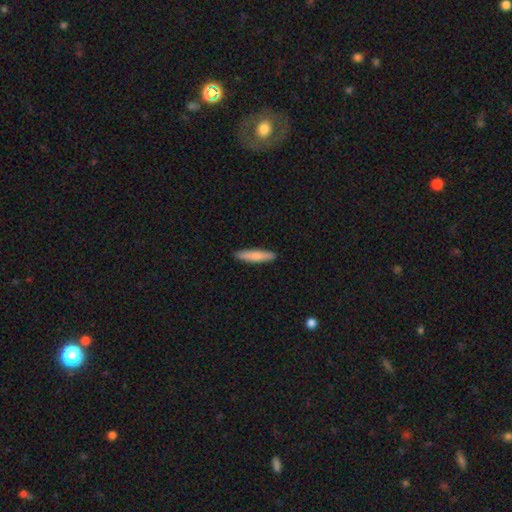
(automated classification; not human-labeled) Morphology: type=smooth (78%); roundness=cigar-shaped (85%); merging=none (91%).